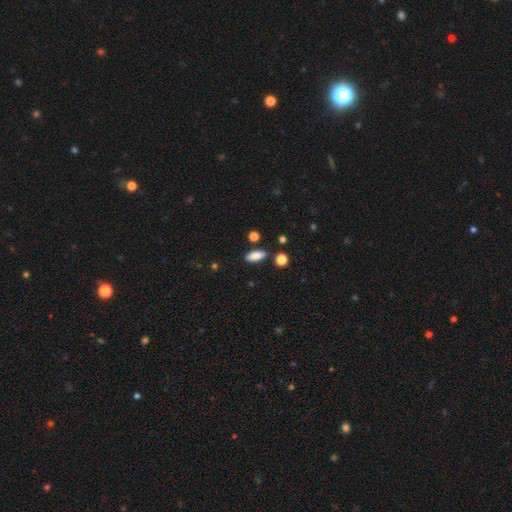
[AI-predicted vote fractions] Morphology: type=smooth (86%); roundness=in between (80%); merging=none (84%).